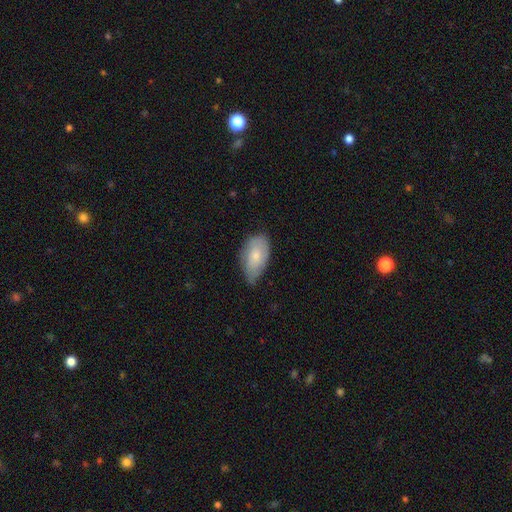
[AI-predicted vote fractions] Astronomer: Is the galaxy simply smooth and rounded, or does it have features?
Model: smooth — 70%.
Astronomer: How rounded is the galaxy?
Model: in between — 93%.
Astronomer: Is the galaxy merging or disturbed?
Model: none — 47% (runner-up: minor disturbance, 43%).